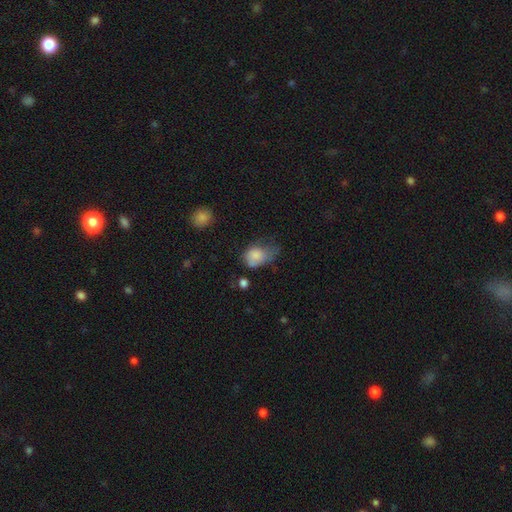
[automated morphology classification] smooth_or_featured: smooth (p=0.78) [alt: featured or disk p=0.13]
how_rounded: in between (p=0.71) [alt: round p=0.27]
merging: minor disturbance (p=0.38) [alt: major disturbance p=0.36]